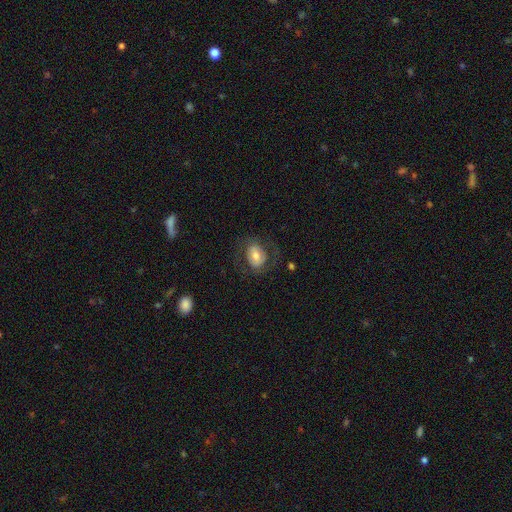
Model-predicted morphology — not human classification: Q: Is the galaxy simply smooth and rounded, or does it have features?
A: smooth — 54%.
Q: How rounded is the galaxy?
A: in between — 70%.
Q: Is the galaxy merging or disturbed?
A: none — 65%.